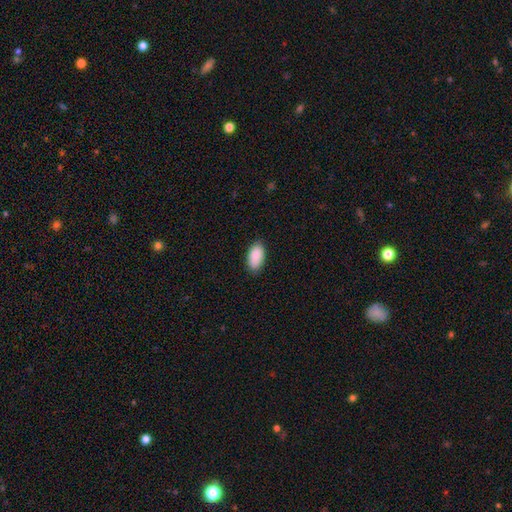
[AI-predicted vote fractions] smooth 88%, star or artifact 6%, featured or disk 6%. Down the decision tree: how rounded — in between (95%); merging — none (84%).